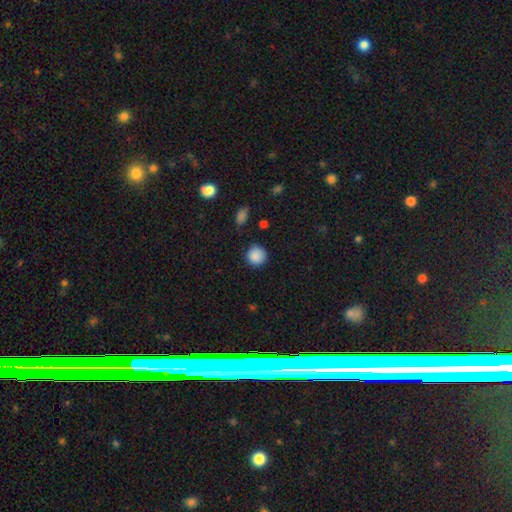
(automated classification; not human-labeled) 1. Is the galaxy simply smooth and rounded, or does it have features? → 88% smooth, 9% star or artifact, 3% featured or disk.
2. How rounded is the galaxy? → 92% round, 7% in between, 1% cigar-shaped.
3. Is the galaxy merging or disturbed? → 84% none, 11% minor disturbance, 3% major disturbance, 2% merger.